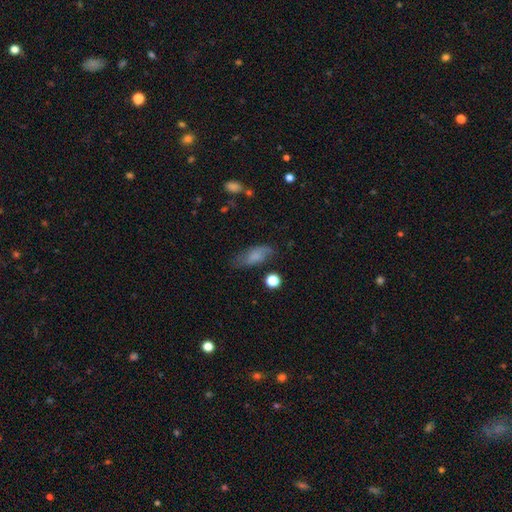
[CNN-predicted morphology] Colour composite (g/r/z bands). It shows a smooth galaxy with no disk features (69%) that is in between round and cigar-shaped (79%). Merging: none (67%).